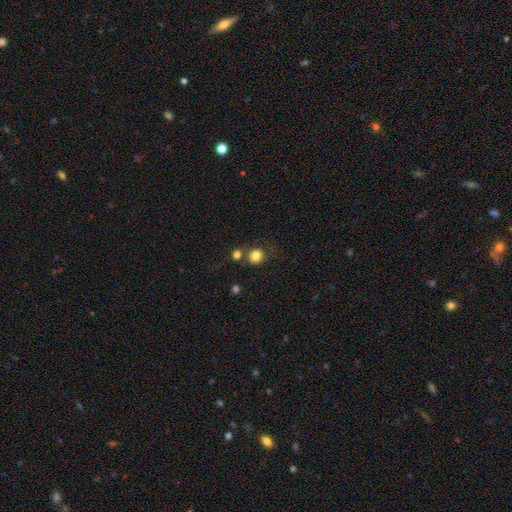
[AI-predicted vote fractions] smooth 82%, star or artifact 11%, featured or disk 7%. Down the decision tree: how rounded — round (80%); merging — none (63%).